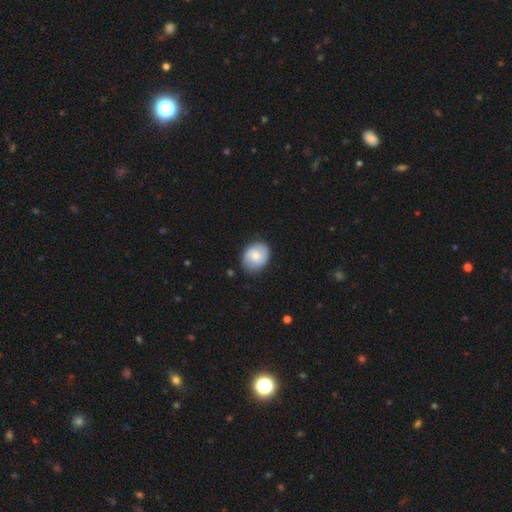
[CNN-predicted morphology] smooth 61%, featured or disk 32%, star or artifact 6%. Down the decision tree: how rounded — round (51%); merging — none (80%).